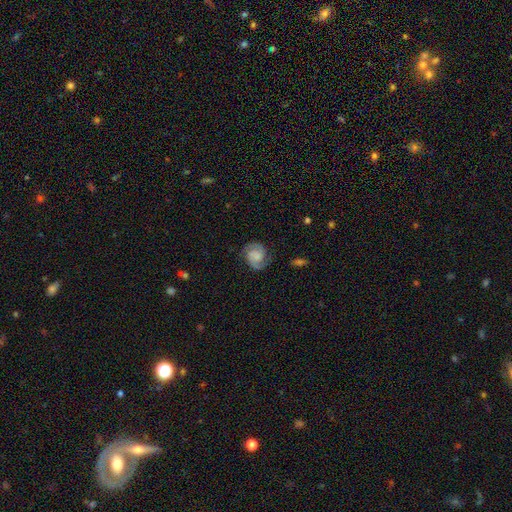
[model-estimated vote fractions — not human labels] Overall: featured or disk (87%). Edge-on disk: no (98%). Bar: no (55%; weak 36%). Spiral arms: yes (98%). Spiral arm count: 2 (93%). Spiral winding: medium (49%; tight 41%). Bulge size: none (43%; small 26%). Merging: none (82%).